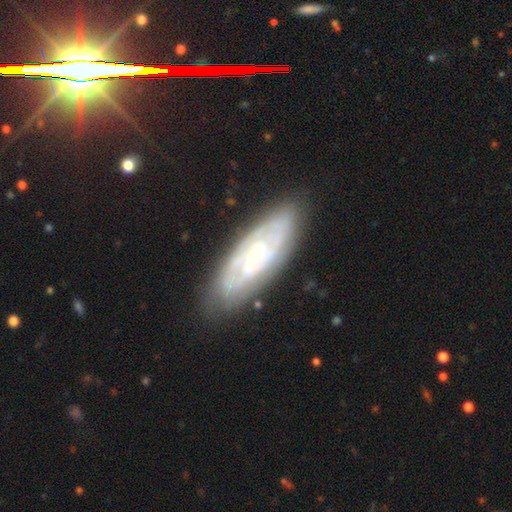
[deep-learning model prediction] A featured or disk galaxy (75%) with no bar (74%), tight (74%) spiral arms (85%) and a small central bulge (77%).

Vote fractions:
- Smooth or featured? featured or disk: 75% / smooth: 18% / star or artifact: 7%
- Edge-on disk? no: 86% / yes: 14%
- Bar? no: 74% / weak: 21% / strong: 5%
- Spiral arms? yes: 85% / no: 15%
- Spiral winding? tight: 74% / medium: 21% / loose: 5%
- Spiral arm count? can't tell: 56% / 2: 18% / 3: 11% / 4: 7% / more than 4: 4% / 1: 4%
- Bulge size? small: 77% / moderate: 16% / none: 4% / large: 2% / dominant: 1%
- Merging? none: 80% / minor disturbance: 15% / major disturbance: 4% / merger: 2%